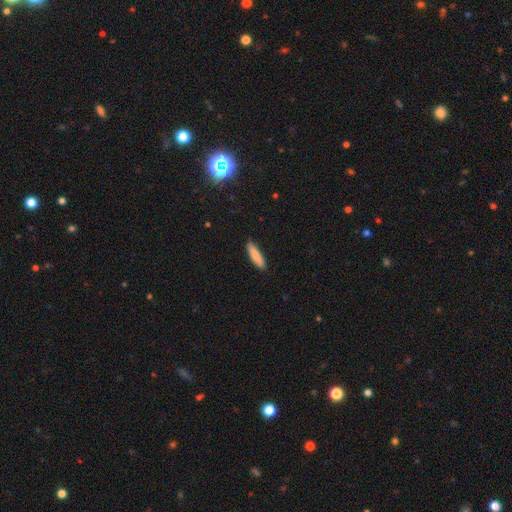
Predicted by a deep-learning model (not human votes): smooth-or-featured: smooth: 85% | featured or disk: 9% | star or artifact: 6%
  how-rounded: cigar-shaped: 70% | in between: 28% | round: 1%
  merging: none: 88% | minor disturbance: 9% | major disturbance: 2% | merger: 1%